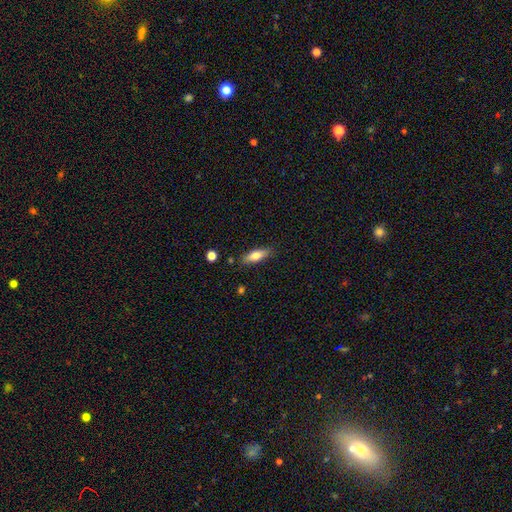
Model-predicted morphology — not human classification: Smooth or featured? smooth (71%)
How rounded? in between (57%)
Merging? none (83%)